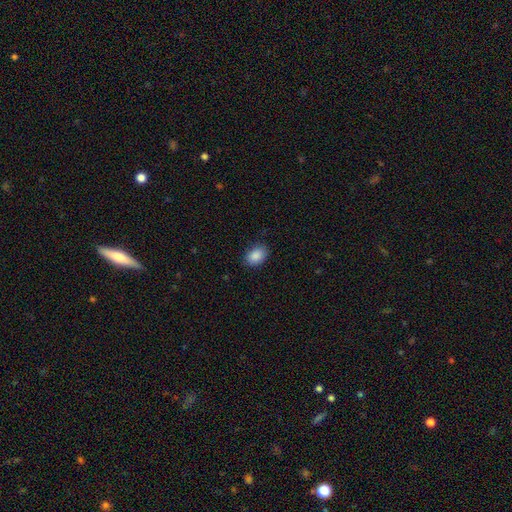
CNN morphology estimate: Smooth or featured? smooth (88%)
How rounded? in between (79%)
Merging? none (84%)